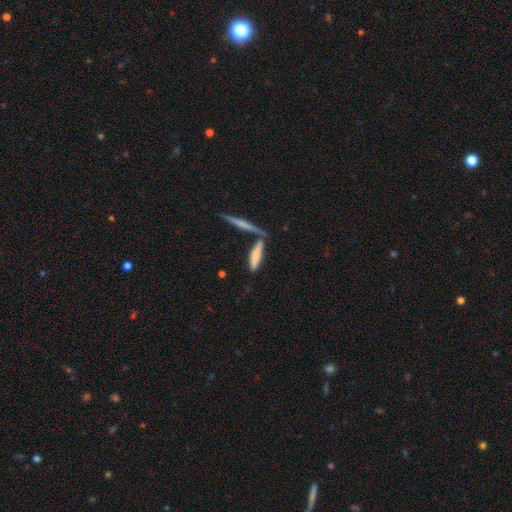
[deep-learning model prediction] Morphology: type=smooth (71%); roundness=cigar-shaped (78%); merging=none (53%).